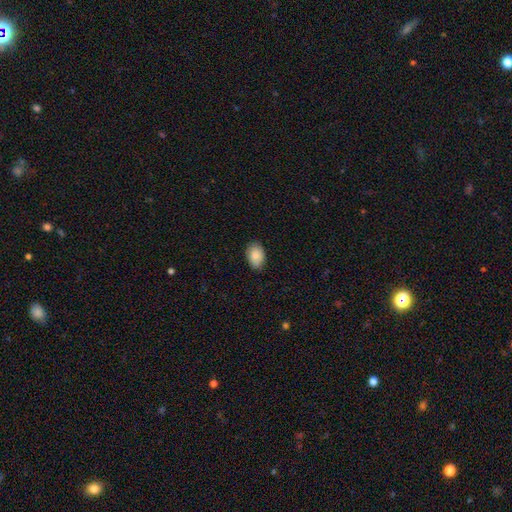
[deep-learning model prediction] Morphology: type=smooth (86%); roundness=in between (85%); merging=none (82%).